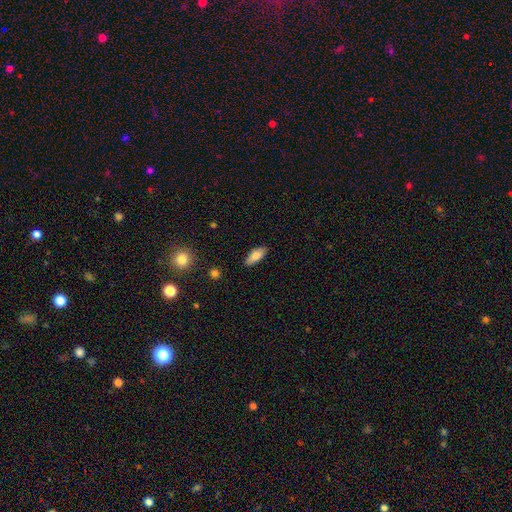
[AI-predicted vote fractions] Morphology: type=smooth (77%); roundness=in between (76%); merging=none (86%).